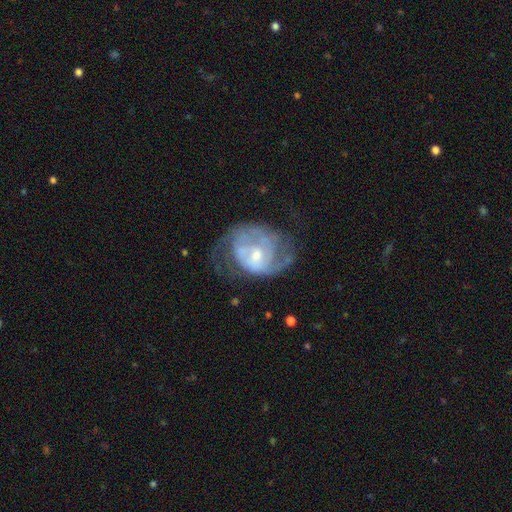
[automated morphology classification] smooth-or-featured: featured or disk: 82% | smooth: 12% | star or artifact: 6%
  disk-edge-on: no: 97% | yes: 3%
    bar: no: 54% | weak: 39% | strong: 7%
    has-spiral-arms: yes: 89% | no: 11%
      spiral-winding: tight: 43% | medium: 41% | loose: 16%
      spiral-arm-count: 2: 47% | can't tell: 28% | 3: 12% | 1: 6% | 4: 4% | more than 4: 3%
    bulge-size: small: 49% | moderate: 44% | large: 3% | none: 3% | dominant: 1%
  merging: none: 51% | major disturbance: 24% | minor disturbance: 22% | merger: 3%